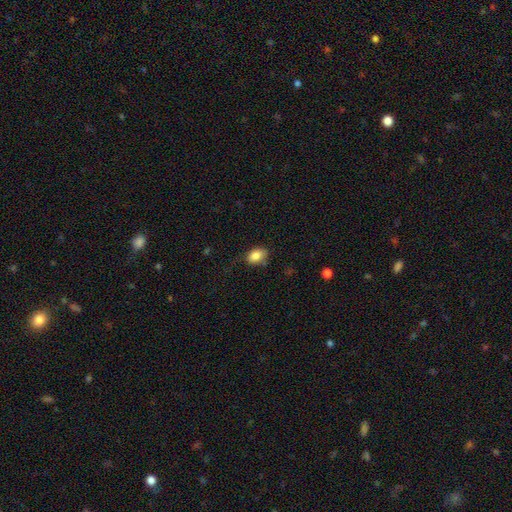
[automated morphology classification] Smooth or featured: smooth — 85% (star or artifact — 8%)
How rounded: in between — 77% (round — 22%)
Merging: none — 68% (minor disturbance — 24%)